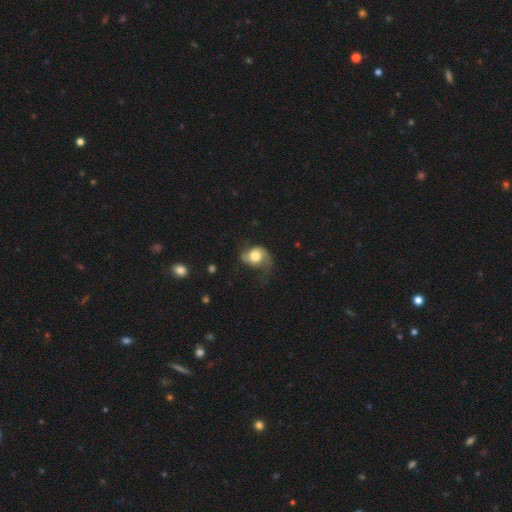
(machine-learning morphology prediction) Smooth or featured: featured or disk — 54% (smooth — 39%)
Edge-on disk: no — 97% (yes — 3%)
Bar: no — 71% (weak — 24%)
Spiral arms: yes — 87% (no — 13%)
Bulge size: large — 43% (moderate — 39%)
Merging: none — 43% (major disturbance — 28%)